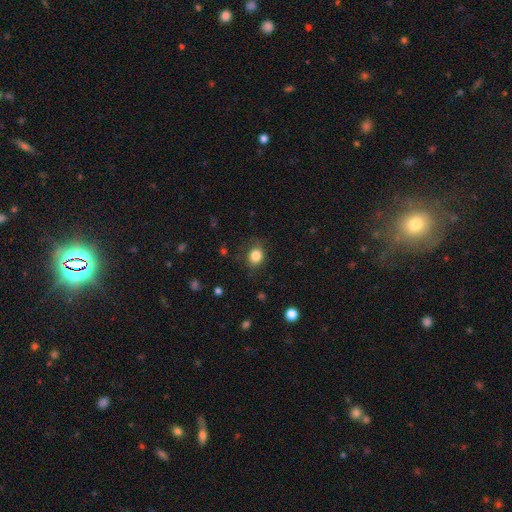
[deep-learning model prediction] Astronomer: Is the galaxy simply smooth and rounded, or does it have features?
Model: smooth — 84%.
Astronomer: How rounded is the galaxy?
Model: round — 67%.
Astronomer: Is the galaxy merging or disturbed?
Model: none — 72%.